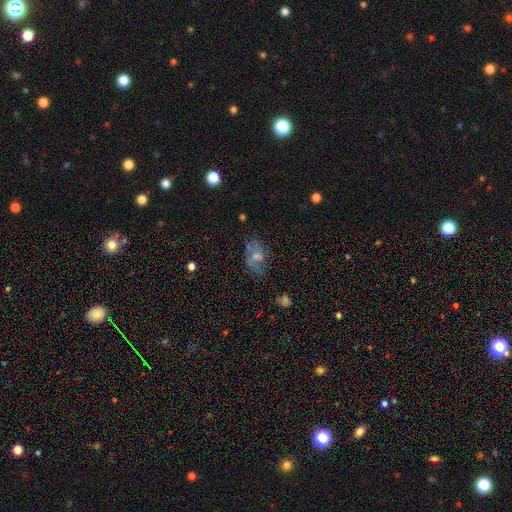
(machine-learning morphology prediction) smooth-or-featured: smooth: 44% | featured or disk: 43% | star or artifact: 13%
  merging: none: 47% | minor disturbance: 25% | major disturbance: 23% | merger: 5%